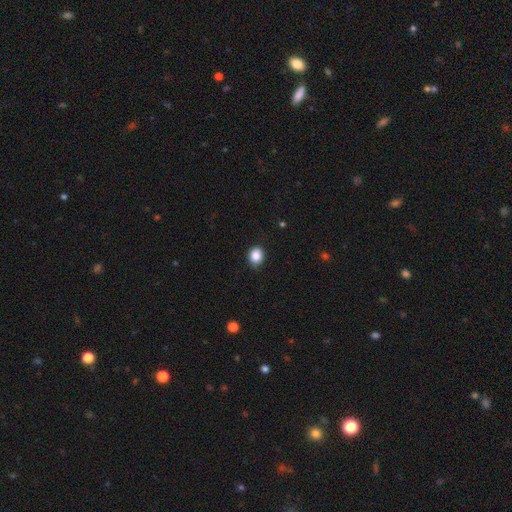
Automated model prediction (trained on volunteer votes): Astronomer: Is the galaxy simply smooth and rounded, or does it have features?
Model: smooth — 87%.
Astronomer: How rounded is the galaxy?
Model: round — 68%.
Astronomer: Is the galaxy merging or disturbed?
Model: none — 84%.